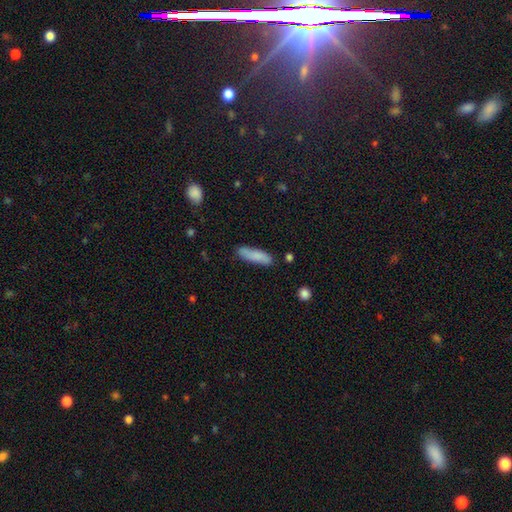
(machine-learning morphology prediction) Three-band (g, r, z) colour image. It shows a smooth galaxy with no disk features (82%) that is cigar-shaped (69%). Merging: none (80%).